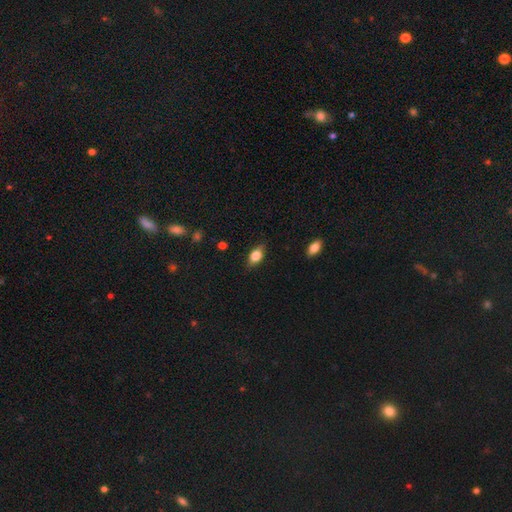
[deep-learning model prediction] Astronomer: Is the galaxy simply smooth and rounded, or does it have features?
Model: smooth — 76%.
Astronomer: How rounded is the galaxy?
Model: in between — 83%.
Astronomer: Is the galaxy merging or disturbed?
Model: none — 81%.